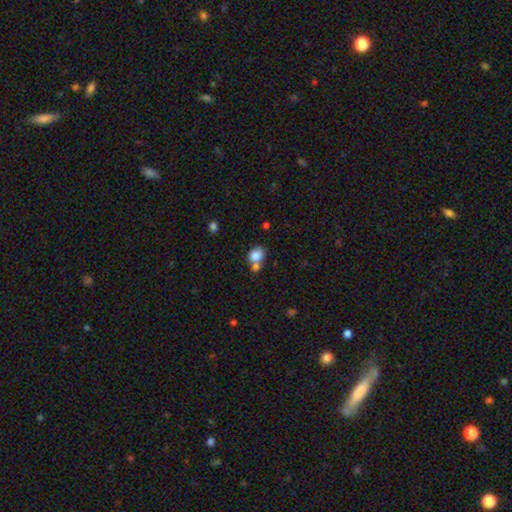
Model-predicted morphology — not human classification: A smooth galaxy with no disk features (82%) that is in between round and cigar-shaped (54%). Merging: merger (44%).